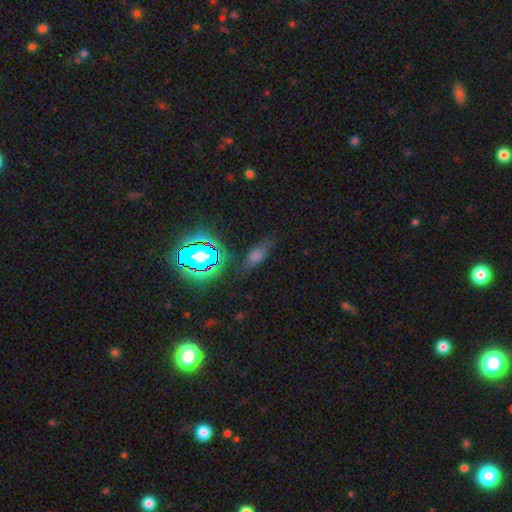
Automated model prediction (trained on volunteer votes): smooth_or_featured: smooth (p=0.44) [alt: star or artifact p=0.33]
merging: none (p=0.74) [alt: minor disturbance p=0.17]